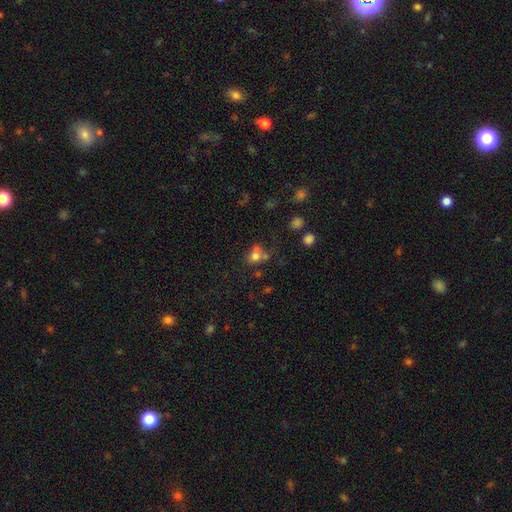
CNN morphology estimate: smooth 74%, star or artifact 15%, featured or disk 11%. Down the decision tree: how rounded — round (55%); merging — none (44%).